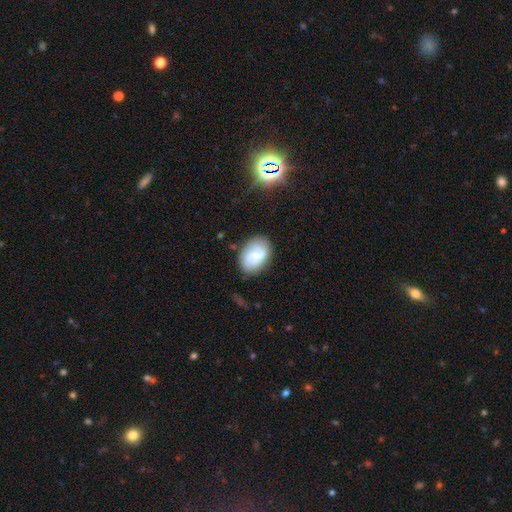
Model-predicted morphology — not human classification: A featured or disk galaxy (59%) with no bar (46%), 2 (72%) medium (43%) spiral arms (88%) and a small central bulge (59%).

Vote fractions:
- Smooth or featured? featured or disk: 59% / smooth: 34% / star or artifact: 8%
- Edge-on disk? no: 97% / yes: 3%
- Bar? no: 46% / weak: 45% / strong: 9%
- Spiral arms? yes: 88% / no: 12%
- Spiral winding? medium: 43% / tight: 33% / loose: 24%
- Spiral arm count? 2: 72% / can't tell: 16% / 3: 6% / 1: 4% / 4: 2% / more than 4: 2%
- Bulge size? small: 59% / moderate: 31% / none: 6% / large: 2% / dominant: 1%
- Merging? none: 77% / minor disturbance: 16% / major disturbance: 5% / merger: 2%